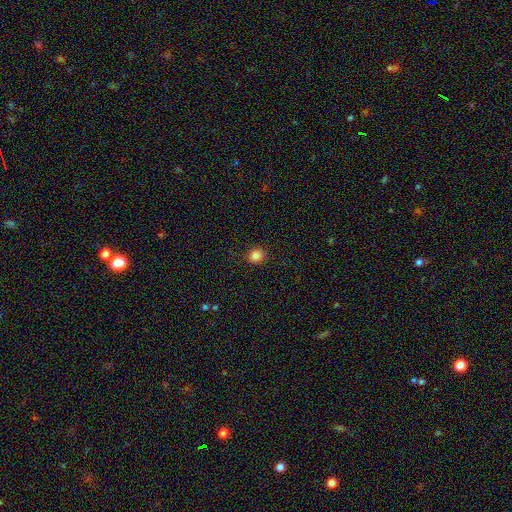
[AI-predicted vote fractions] A smooth galaxy with no disk features (84%) that is round (84%).

Vote fractions:
- Smooth or featured? smooth: 84% / star or artifact: 12% / featured or disk: 4%
- How rounded? round: 84% / in between: 15% / cigar-shaped: 1%
- Merging? none: 89% / minor disturbance: 7% / major disturbance: 2% / merger: 1%